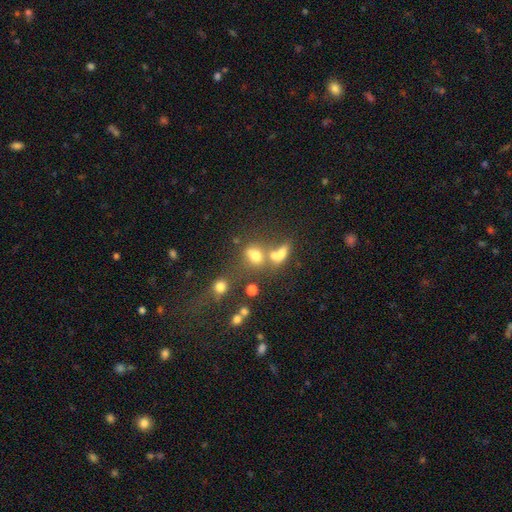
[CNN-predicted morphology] Smooth or featured: smooth — 61% (star or artifact — 21%)
How rounded: in between — 55% (round — 41%)
Merging: merger — 47% (none — 34%)